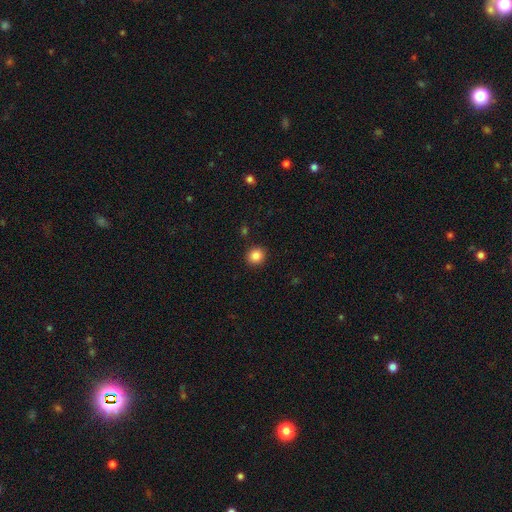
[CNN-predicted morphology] Overall: smooth (86%). How rounded: round (89%). Merging: none (90%).